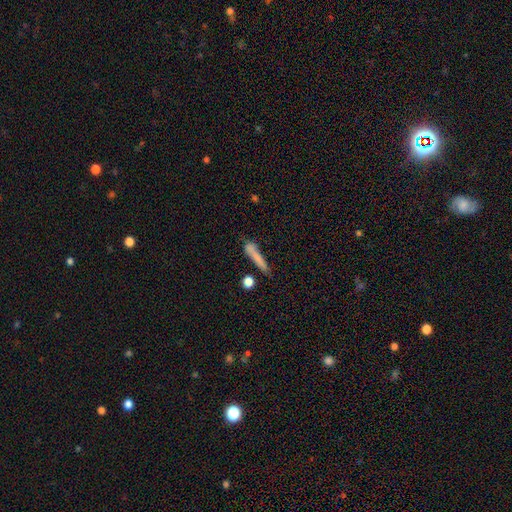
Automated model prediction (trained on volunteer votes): Q: Smooth or featured?
A: smooth (72%); runner-up: featured or disk (18%)
Q: How rounded?
A: cigar-shaped (89%); runner-up: in between (8%)
Q: Merging?
A: none (61%); runner-up: minor disturbance (20%)